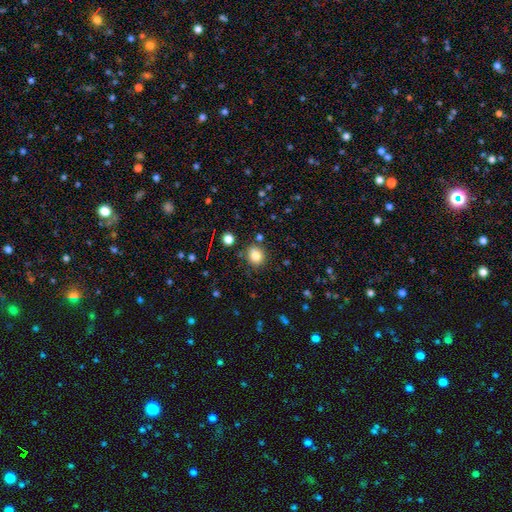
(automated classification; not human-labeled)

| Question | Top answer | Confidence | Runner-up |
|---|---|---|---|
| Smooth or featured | smooth | 81% | star or artifact (12%) |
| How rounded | round | 77% | in between (22%) |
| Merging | none | 82% | minor disturbance (10%) |